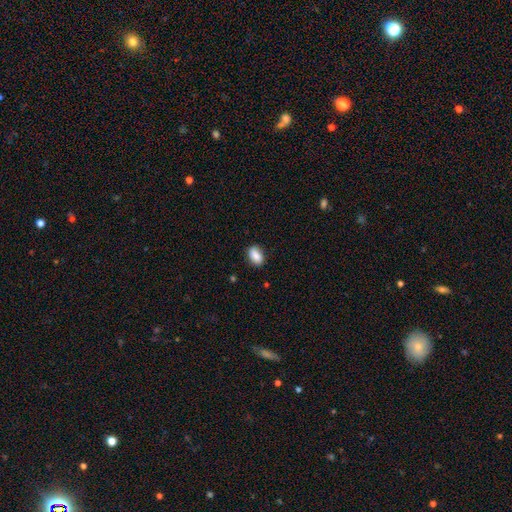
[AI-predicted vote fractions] smooth 84%, featured or disk 8%, star or artifact 8%. Down the decision tree: how rounded — in between (86%); merging — none (79%).